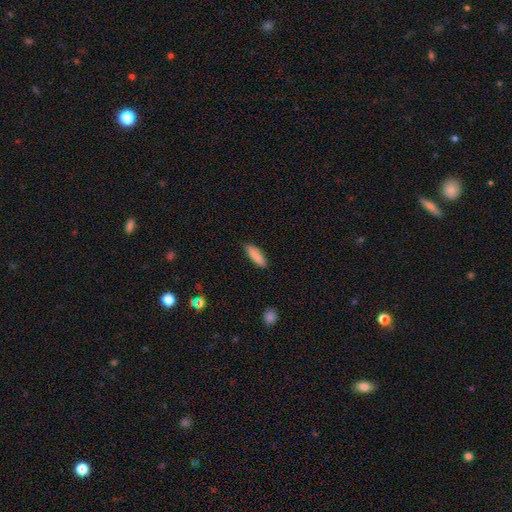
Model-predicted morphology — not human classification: smooth 87%, star or artifact 6%, featured or disk 6%. Down the decision tree: how rounded — cigar-shaped (57%); merging — none (85%).